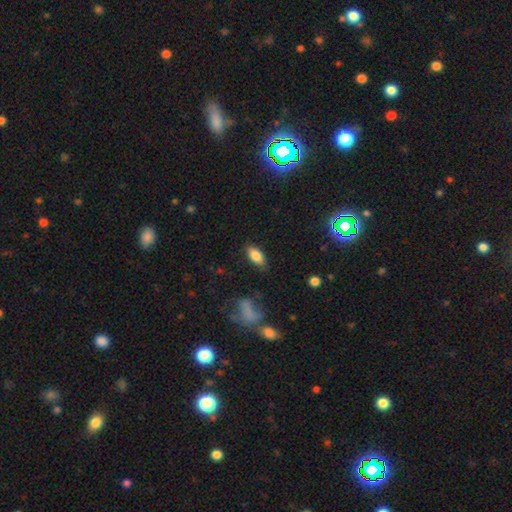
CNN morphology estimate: A smooth galaxy with no disk features (83%) that is in between round and cigar-shaped (89%). Merging: none (83%).